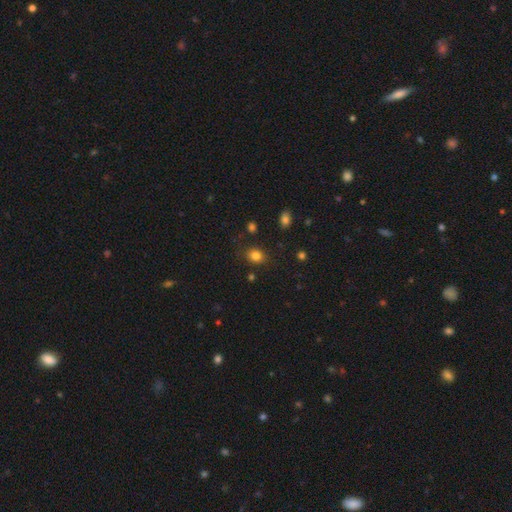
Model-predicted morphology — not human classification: Smooth or featured: smooth — 82% (star or artifact — 12%)
How rounded: round — 52% (in between — 47%)
Merging: none — 83% (minor disturbance — 11%)